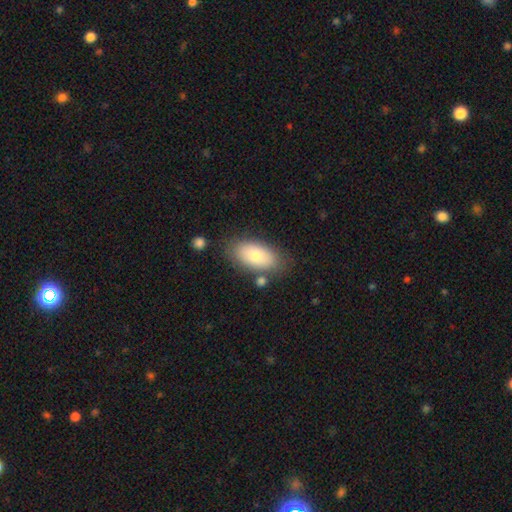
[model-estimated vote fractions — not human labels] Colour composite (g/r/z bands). It shows a smooth galaxy with no disk features (74%) that is in between round and cigar-shaped (93%). Merging: none (77%).